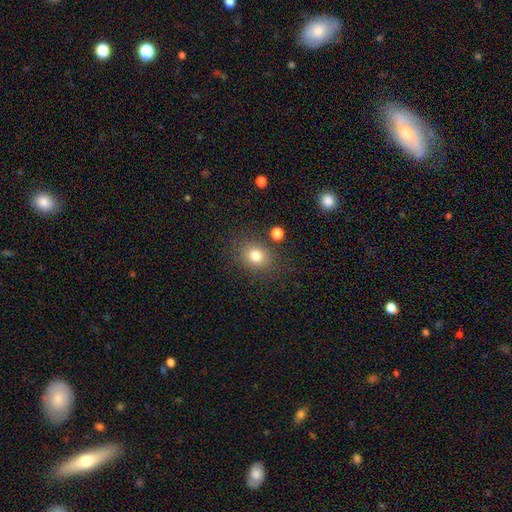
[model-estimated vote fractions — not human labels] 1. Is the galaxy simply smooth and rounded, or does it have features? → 79% smooth, 13% star or artifact, 8% featured or disk.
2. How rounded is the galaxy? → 66% round, 33% in between, 1% cigar-shaped.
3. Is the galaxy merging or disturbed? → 80% none, 11% minor disturbance, 4% merger, 4% major disturbance.